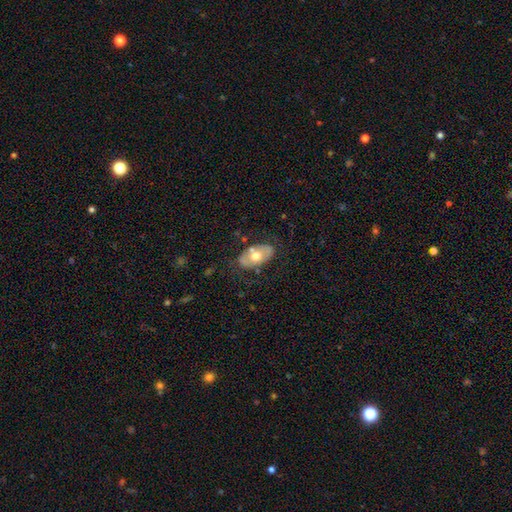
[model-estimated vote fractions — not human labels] This appears to be a smooth galaxy with no disk features (50%) that is in between round and cigar-shaped (91%). Merging: none (72%).